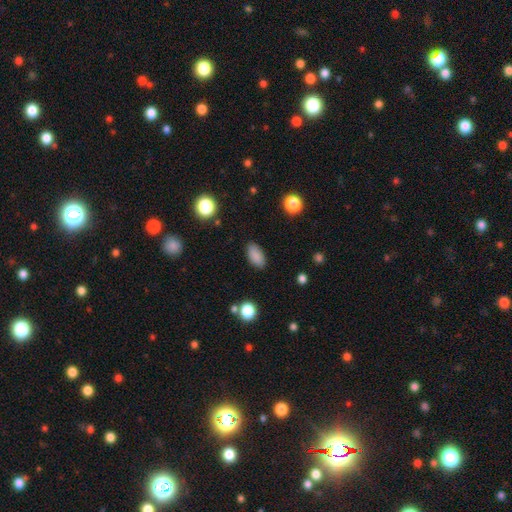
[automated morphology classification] A smooth galaxy with no disk features (87%) that is in between round and cigar-shaped (91%).

Vote fractions:
- Smooth or featured? smooth: 87% / star or artifact: 8% / featured or disk: 5%
- How rounded? in between: 91% / cigar-shaped: 5% / round: 4%
- Merging? none: 86% / minor disturbance: 10% / major disturbance: 3% / merger: 1%